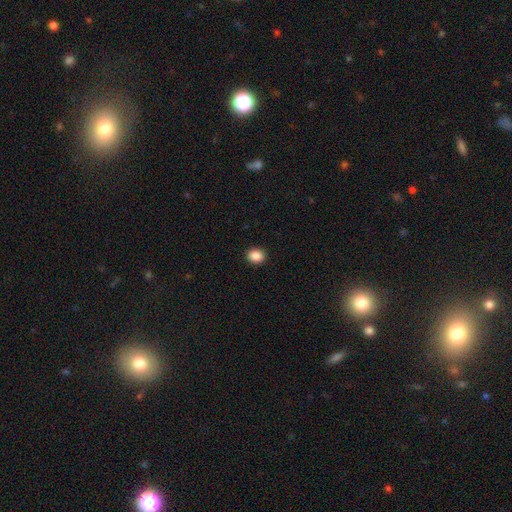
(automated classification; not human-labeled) Smooth or featured? smooth (88%)
How rounded? round (65%)
Merging? none (92%)